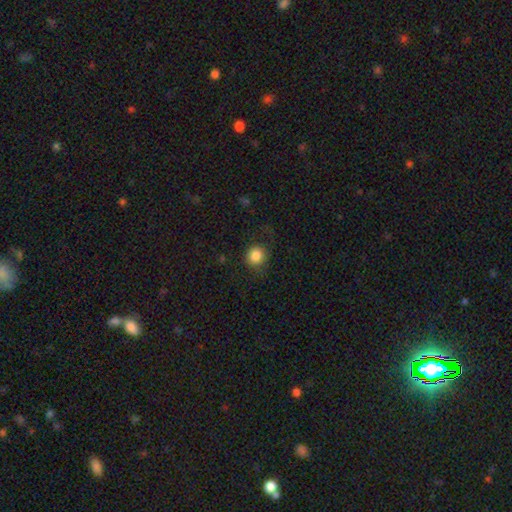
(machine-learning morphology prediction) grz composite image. It shows a smooth galaxy with no disk features (84%) that is round (89%). Merging: none (79%).